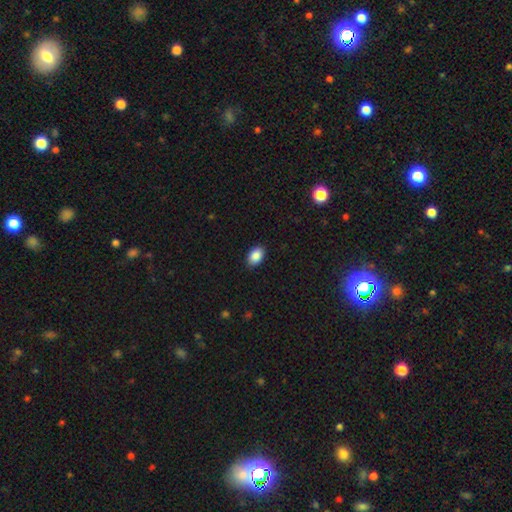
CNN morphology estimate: A smooth galaxy with no disk features (88%) that is in between round and cigar-shaped (88%).

Vote fractions:
- Smooth or featured? smooth: 88% / star or artifact: 7% / featured or disk: 4%
- How rounded? in between: 88% / round: 11% / cigar-shaped: 1%
- Merging? none: 89% / minor disturbance: 8% / major disturbance: 2% / merger: 1%